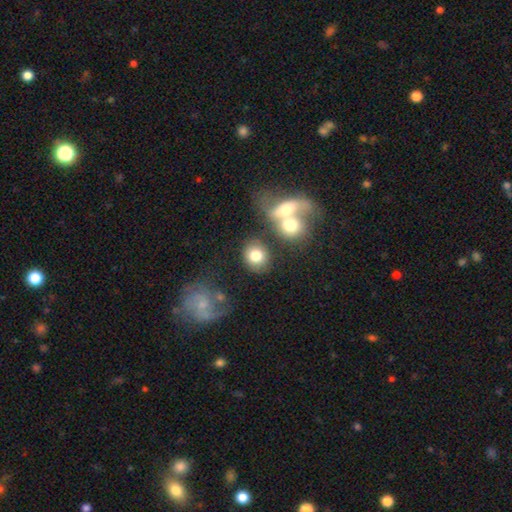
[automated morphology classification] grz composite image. It shows a smooth galaxy with no disk features (77%) that is round (67%). Merging: none (61%).